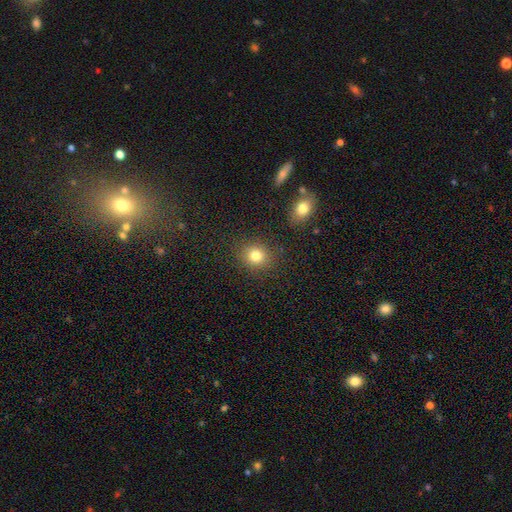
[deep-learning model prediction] Q: Smooth or featured?
A: smooth (80%); runner-up: star or artifact (12%)
Q: How rounded?
A: round (76%); runner-up: in between (23%)
Q: Merging?
A: none (86%); runner-up: minor disturbance (8%)